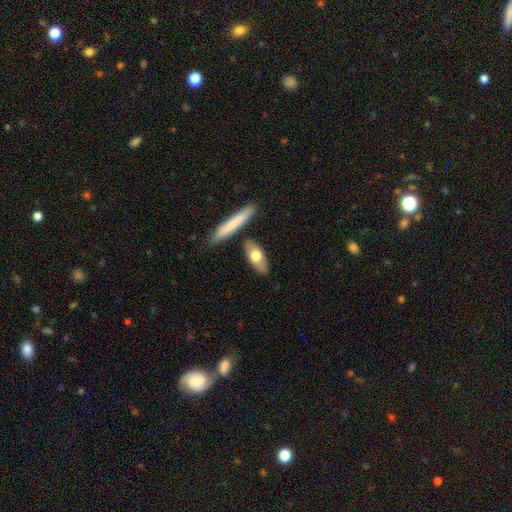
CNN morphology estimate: This appears to be a smooth galaxy with no disk features (64%) that is in between round and cigar-shaped (70%). Merging: none (80%).